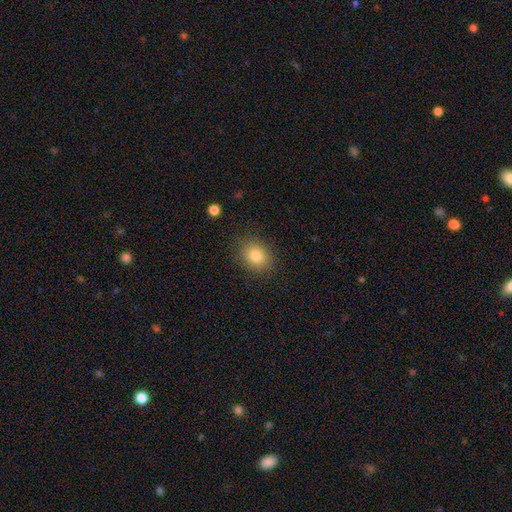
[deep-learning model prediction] Morphology: type=smooth (82%); roundness=round (61%); merging=none (86%).